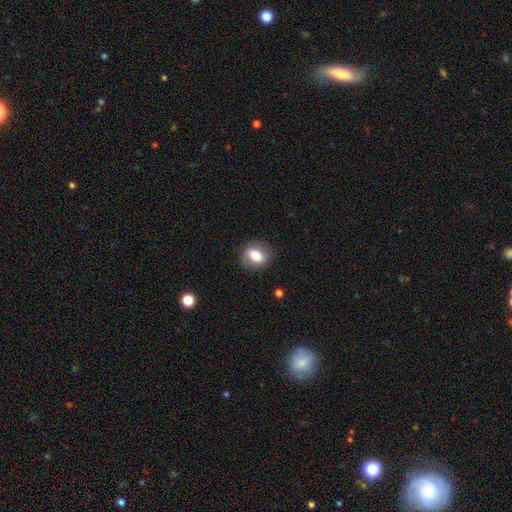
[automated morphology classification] A smooth galaxy with no disk features (76%) that is in between round and cigar-shaped (52%). Merging: none (85%).